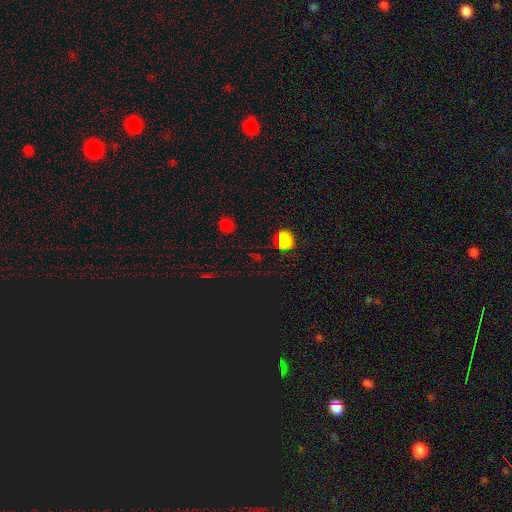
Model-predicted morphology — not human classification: The model was most divided on "smooth or featured": star or artifact: 64%, smooth: 29%, featured or disk: 7%.